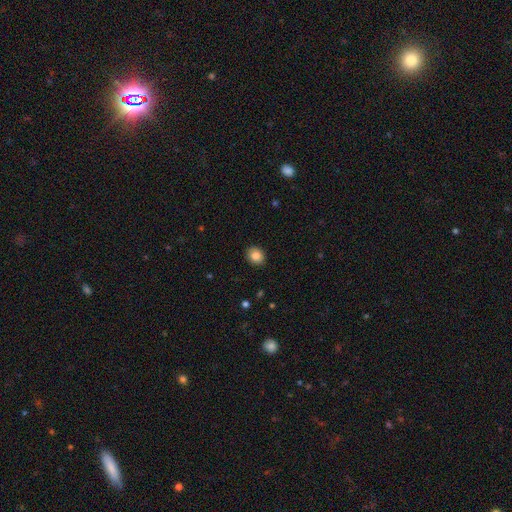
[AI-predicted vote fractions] Smooth or featured? smooth (85%)
How rounded? round (62%)
Merging? none (90%)